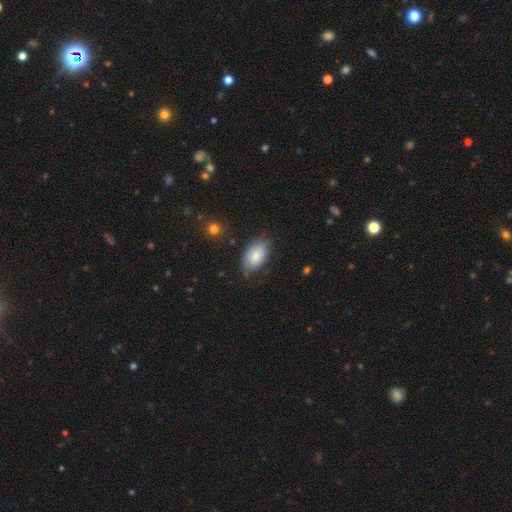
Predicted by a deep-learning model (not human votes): This is likely a smooth galaxy (75%). How rounded: clearly in between (93%). Merging: likely none (67%).